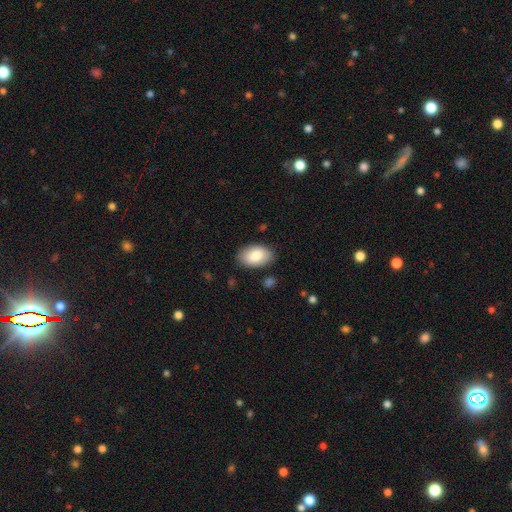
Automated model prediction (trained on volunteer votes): Smooth or featured: smooth — 84% (featured or disk — 10%)
How rounded: in between — 92% (round — 7%)
Merging: none — 85% (minor disturbance — 11%)